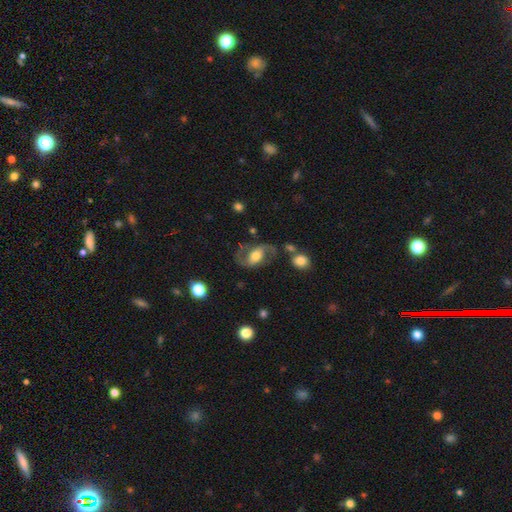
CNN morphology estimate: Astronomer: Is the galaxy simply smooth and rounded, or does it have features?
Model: featured or disk — 72%.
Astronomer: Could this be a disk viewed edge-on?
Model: no — 95%.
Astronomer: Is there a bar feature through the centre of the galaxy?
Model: weak — 38%, tied with no at 38%.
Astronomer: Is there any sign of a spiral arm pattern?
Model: yes — 87%.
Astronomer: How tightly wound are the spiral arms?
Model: loose — 46% (runner-up: medium, 43%).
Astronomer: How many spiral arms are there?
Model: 2 — 90%.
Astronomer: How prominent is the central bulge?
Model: moderate — 57%.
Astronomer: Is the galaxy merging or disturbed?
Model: none — 63%.